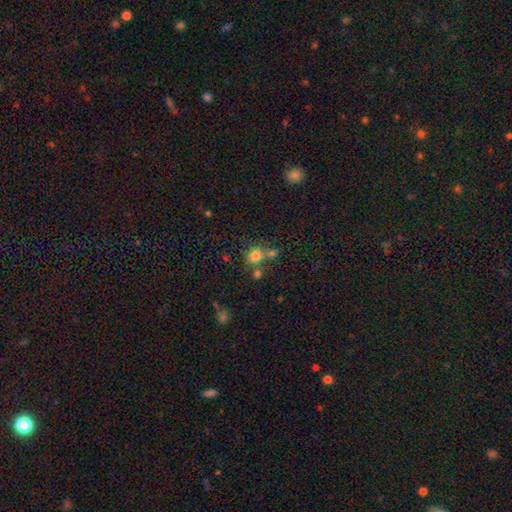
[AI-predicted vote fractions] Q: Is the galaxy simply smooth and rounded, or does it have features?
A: smooth — 76%.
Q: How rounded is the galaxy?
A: round — 73%.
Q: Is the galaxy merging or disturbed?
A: none — 52%.